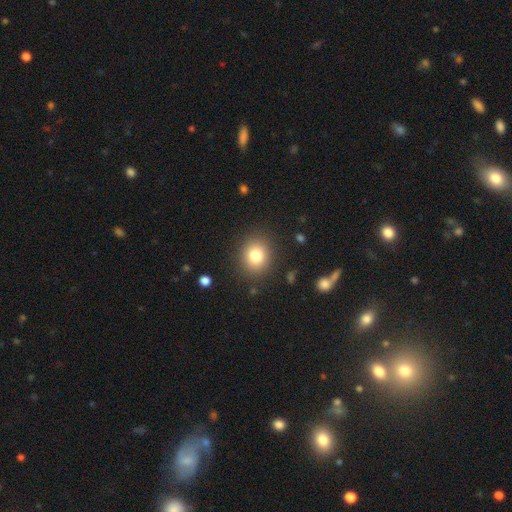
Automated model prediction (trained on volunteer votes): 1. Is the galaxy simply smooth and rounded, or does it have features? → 81% smooth, 11% star or artifact, 8% featured or disk.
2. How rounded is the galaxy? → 72% round, 27% in between, 1% cigar-shaped.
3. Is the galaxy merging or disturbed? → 88% none, 8% minor disturbance, 3% major disturbance, 1% merger.